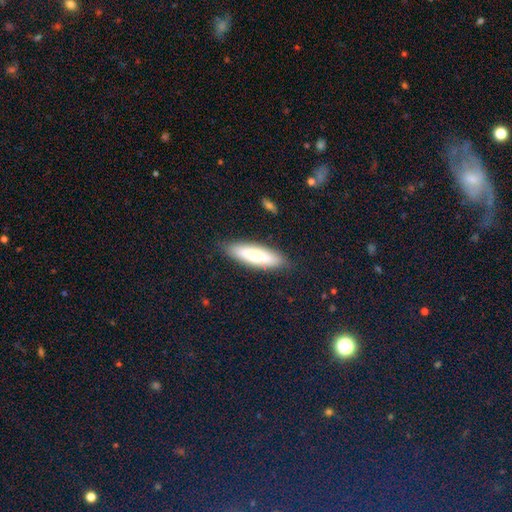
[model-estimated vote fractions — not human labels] The model was most divided on "how rounded": cigar-shaped: 51%, in between: 47%, round: 2%. More confident: merging — none (86%); smooth or featured — smooth (62%).